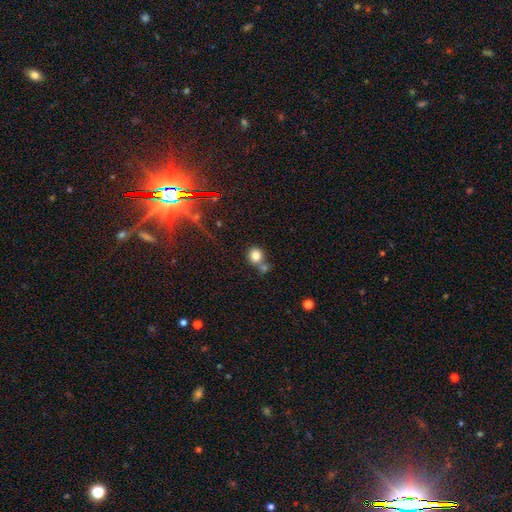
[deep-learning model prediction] A smooth galaxy with no disk features (82%) that is round (85%). Merging: none (54%).